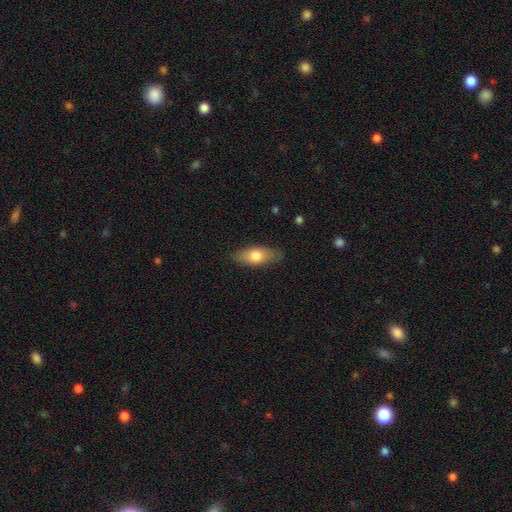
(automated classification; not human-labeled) This is likely a smooth galaxy (73%). How rounded: likely in between (79%). Merging: clearly none (82%).